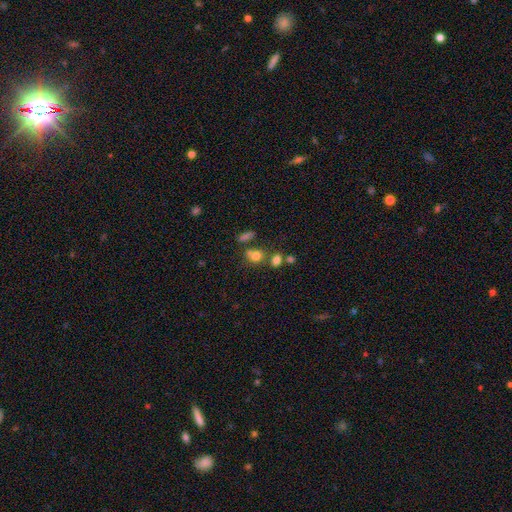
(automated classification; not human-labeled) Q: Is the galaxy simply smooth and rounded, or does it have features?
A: smooth — 74%.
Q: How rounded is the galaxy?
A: round — 62%.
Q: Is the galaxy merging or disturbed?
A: none — 52%.